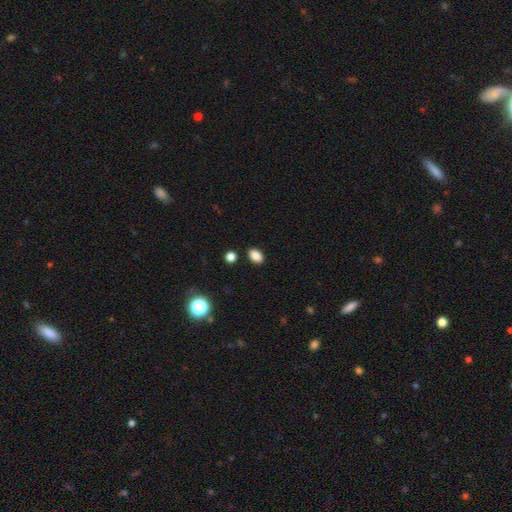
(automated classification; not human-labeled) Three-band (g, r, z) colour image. It shows a smooth galaxy with no disk features (86%) that is in between round and cigar-shaped (83%). Merging: none (86%).